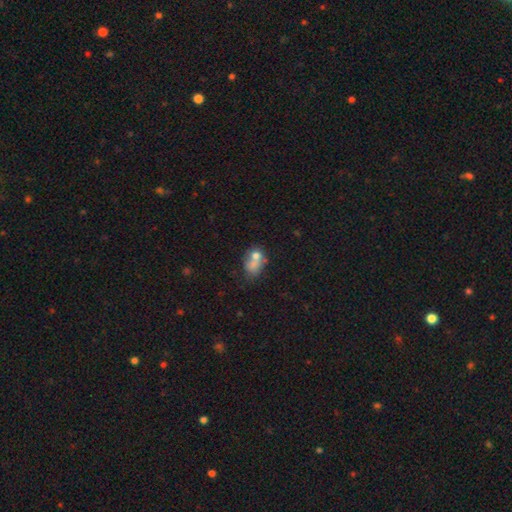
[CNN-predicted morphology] This is likely a smooth galaxy (66%). How rounded: likely in between (61%). Merging: marginally merger (43%).